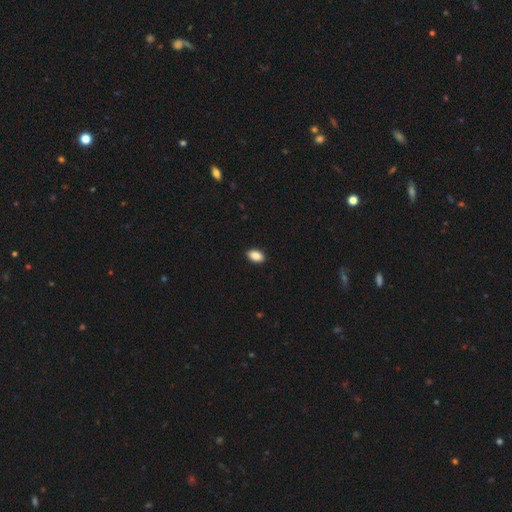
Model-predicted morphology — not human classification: Smooth or featured?
  - smooth: 89% *
  - star or artifact: 8%
  - featured or disk: 4%
How rounded?
  - in between: 89% *
  - round: 9%
  - cigar-shaped: 2%
Merging?
  - none: 90% *
  - minor disturbance: 7%
  - major disturbance: 2%
  - merger: 1%